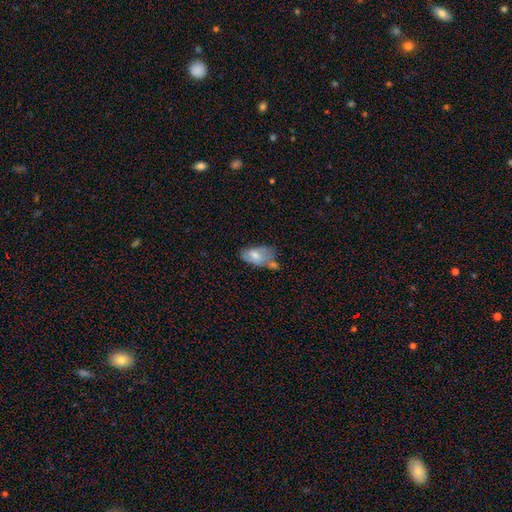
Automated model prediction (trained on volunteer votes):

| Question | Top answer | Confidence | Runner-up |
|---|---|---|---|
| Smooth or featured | smooth | 62% | featured or disk (31%) |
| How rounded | in between | 91% | round (6%) |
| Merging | none | 30% | tied: merger (30%) |